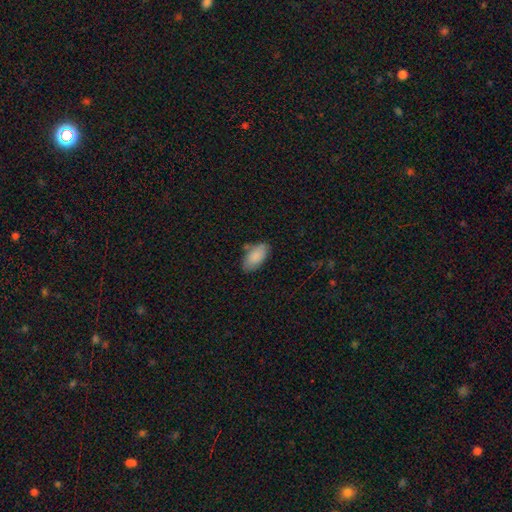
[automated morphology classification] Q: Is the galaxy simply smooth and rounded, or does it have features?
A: smooth — 87%.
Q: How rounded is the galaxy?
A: in between — 94%.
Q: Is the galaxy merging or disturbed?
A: none — 72%.